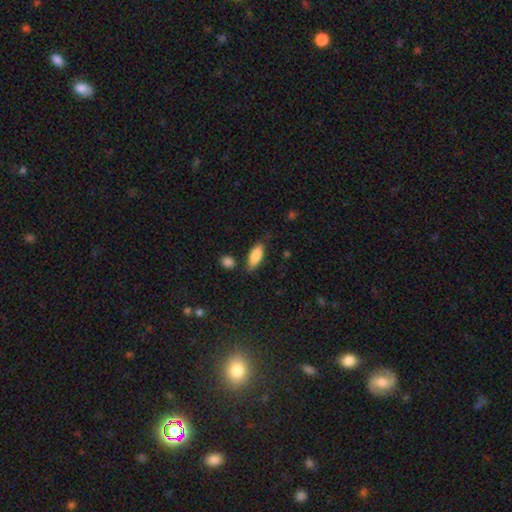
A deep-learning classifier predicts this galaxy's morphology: Smooth or featured: smooth — 85% (featured or disk — 8%)
How rounded: in between — 75% (cigar-shaped — 23%)
Merging: none — 75% (minor disturbance — 17%)